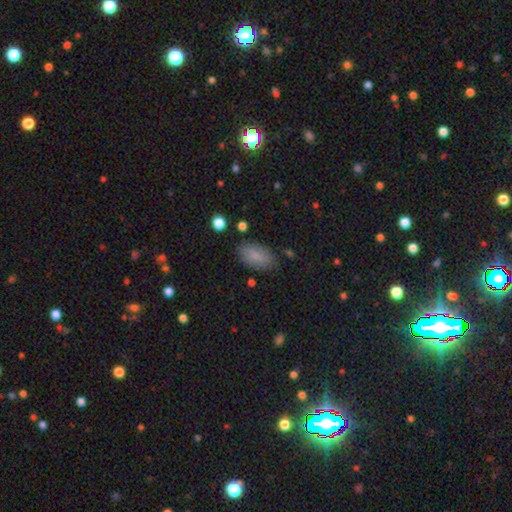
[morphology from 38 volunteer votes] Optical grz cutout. It shows a smooth galaxy with no disk features (87%) that is in between round and cigar-shaped (94%). Merging: none (74%).